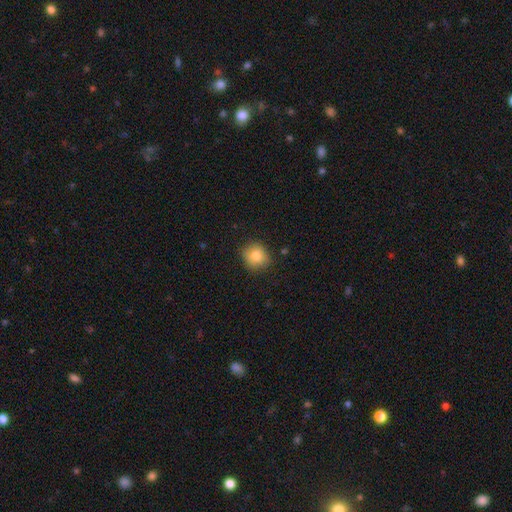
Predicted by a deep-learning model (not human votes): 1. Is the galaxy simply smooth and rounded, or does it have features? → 82% smooth, 9% star or artifact, 9% featured or disk.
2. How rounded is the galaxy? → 84% round, 16% in between, 1% cigar-shaped.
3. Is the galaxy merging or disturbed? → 83% none, 13% minor disturbance, 2% major disturbance, 1% merger.